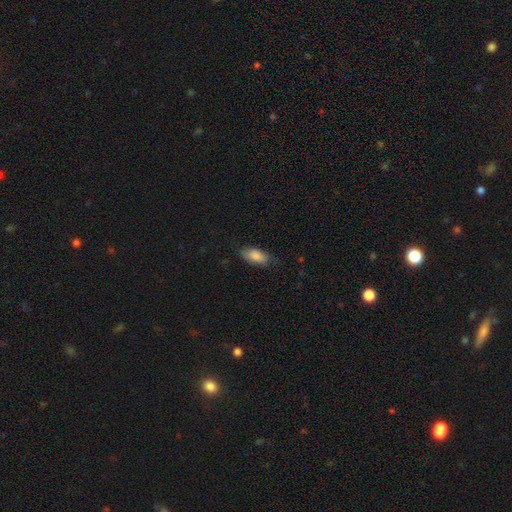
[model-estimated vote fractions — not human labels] smooth-or-featured: smooth: 84% | featured or disk: 10% | star or artifact: 7%
  how-rounded: in between: 85% | cigar-shaped: 12% | round: 3%
  merging: none: 74% | minor disturbance: 20% | major disturbance: 5% | merger: 1%